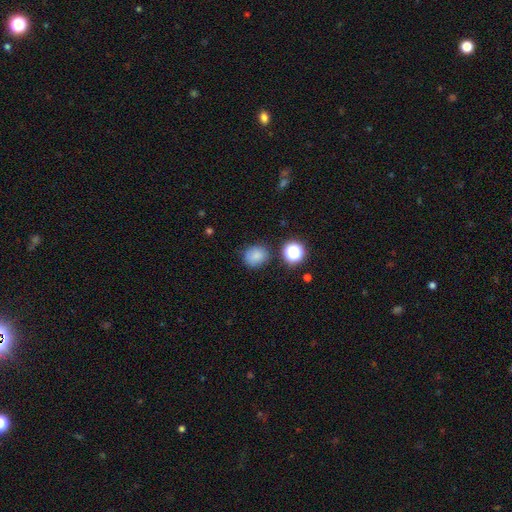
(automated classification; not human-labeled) This appears to be a smooth galaxy with no disk features (81%) that is round (79%). Merging: none (80%).